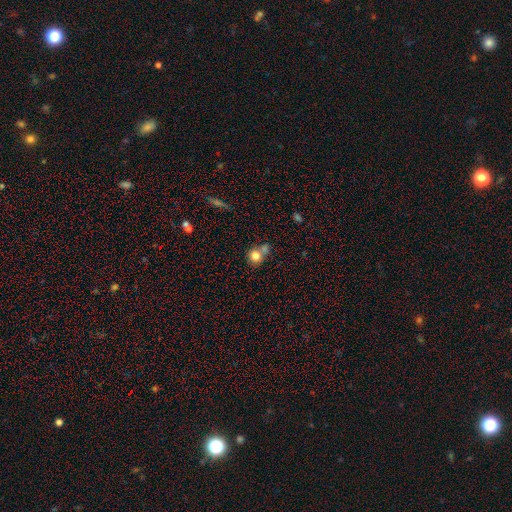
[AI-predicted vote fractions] A smooth galaxy with no disk features (80%) that is round (86%).

Vote fractions:
- Smooth or featured? smooth: 80% / star or artifact: 10% / featured or disk: 9%
- How rounded? round: 86% / in between: 13% / cigar-shaped: 1%
- Merging? none: 49% / merger: 37% / minor disturbance: 10% / major disturbance: 4%